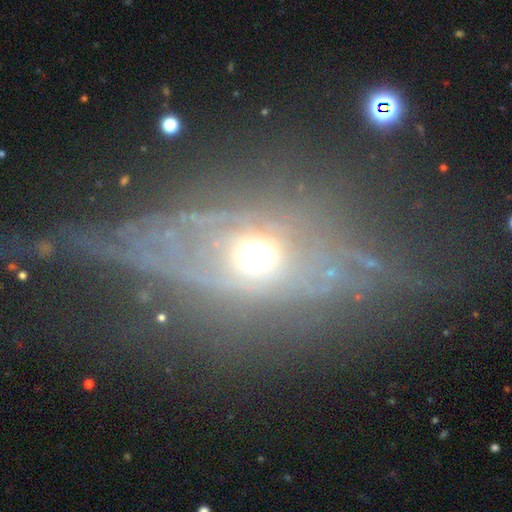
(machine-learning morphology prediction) This is possibly a featured or disk galaxy (60%). It is clearly not viewed edge-on (80%). Merging: marginally none (44%).